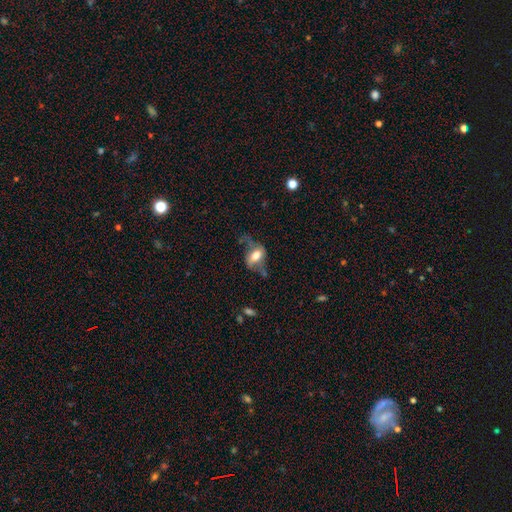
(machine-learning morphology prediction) Overall: featured or disk (47%; smooth 45%). Merging: none (39%; major disturbance 28%).